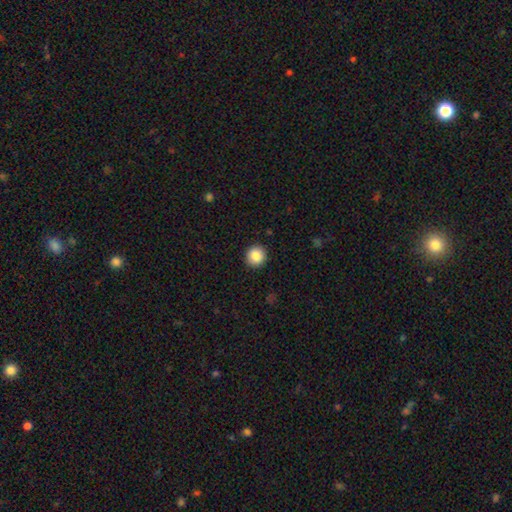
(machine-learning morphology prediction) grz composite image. It shows a smooth galaxy with no disk features (86%) that is round (91%). Merging: none (92%).